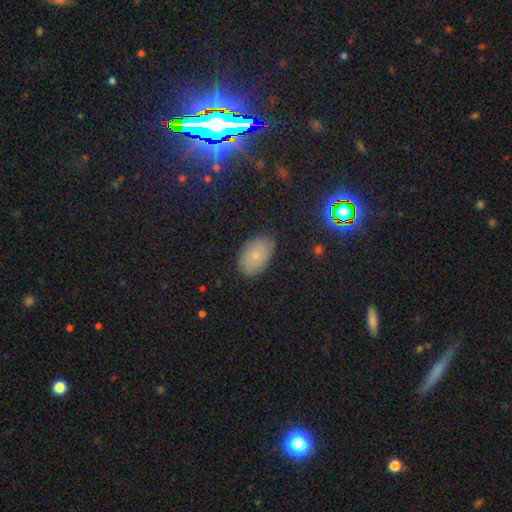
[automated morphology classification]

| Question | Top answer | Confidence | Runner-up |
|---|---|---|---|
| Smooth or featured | smooth | 71% | star or artifact (15%) |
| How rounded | in between | 89% | round (10%) |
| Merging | none | 85% | minor disturbance (11%) |